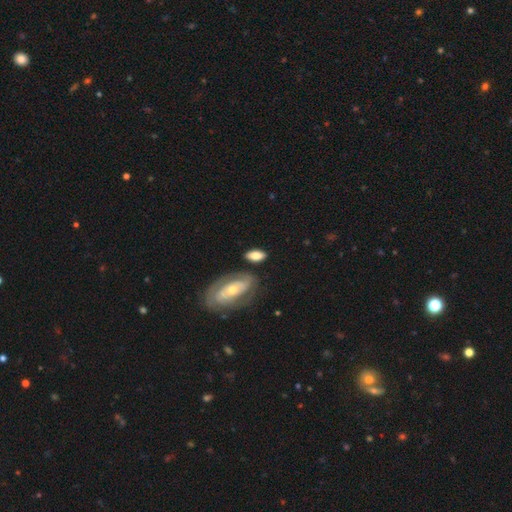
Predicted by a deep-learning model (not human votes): Smooth or featured: smooth — 71% (featured or disk — 22%)
How rounded: in between — 86% (cigar-shaped — 9%)
Merging: none — 71% (minor disturbance — 16%)